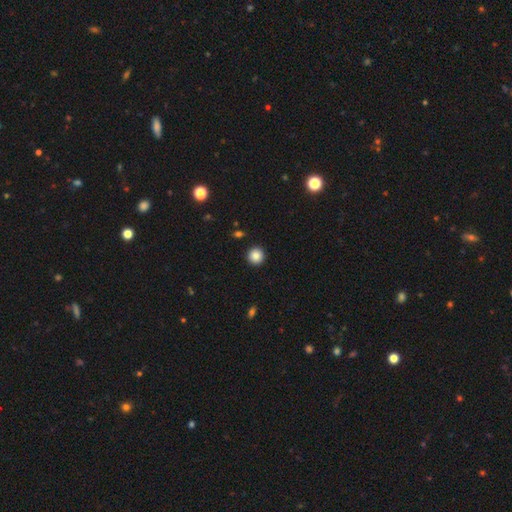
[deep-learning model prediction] Smooth or featured?
  - smooth: 85% *
  - star or artifact: 10%
  - featured or disk: 5%
How rounded?
  - round: 94% *
  - in between: 5%
  - cigar-shaped: 1%
Merging?
  - none: 93% *
  - minor disturbance: 5%
  - major disturbance: 2%
  - merger: 1%